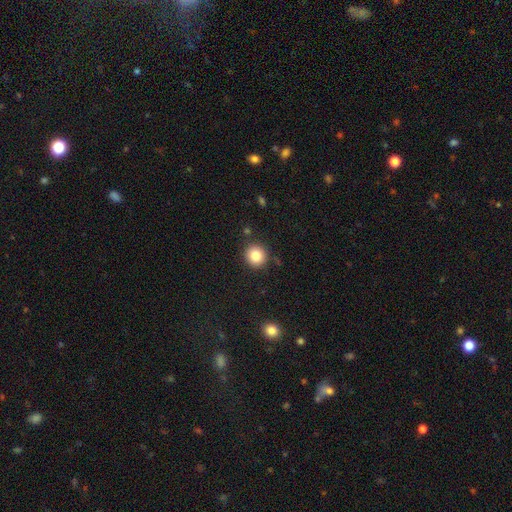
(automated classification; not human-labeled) Smooth or featured: smooth — 83% (star or artifact — 11%)
How rounded: round — 93% (in between — 6%)
Merging: none — 88% (minor disturbance — 7%)